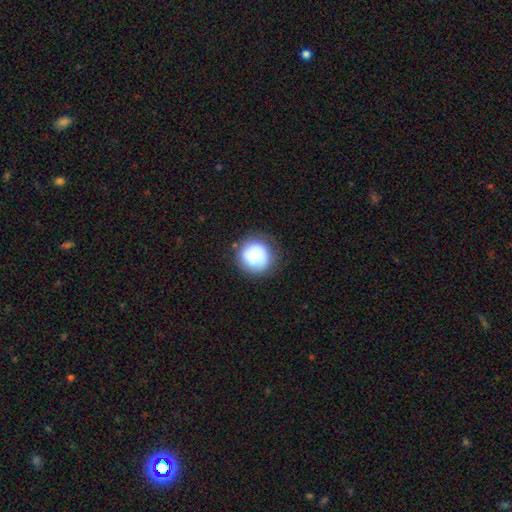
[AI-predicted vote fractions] Smooth or featured?
  - smooth: 81% *
  - featured or disk: 11%
  - star or artifact: 8%
How rounded?
  - round: 92% *
  - in between: 7%
  - cigar-shaped: 1%
Merging?
  - none: 82% *
  - minor disturbance: 12%
  - major disturbance: 4%
  - merger: 1%